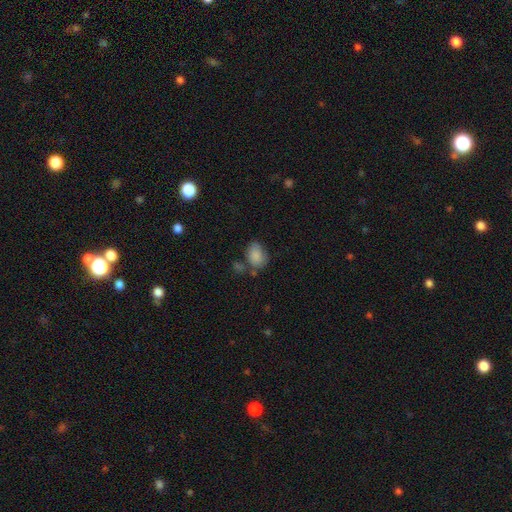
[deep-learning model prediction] Overall: smooth (85%). How rounded: in between (77%). Merging: none (56%; minor disturbance 23%).